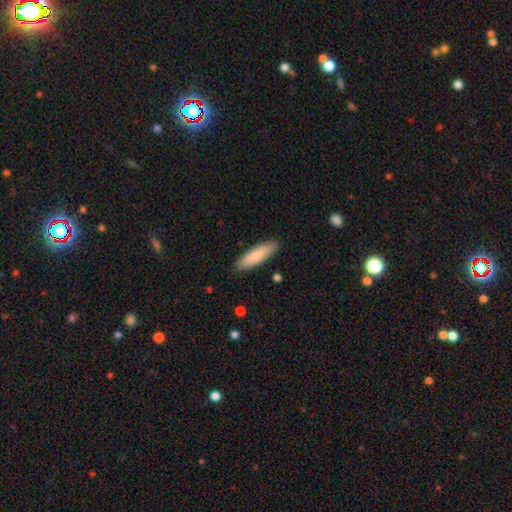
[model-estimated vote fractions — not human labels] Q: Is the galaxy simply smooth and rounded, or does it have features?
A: smooth — 84%.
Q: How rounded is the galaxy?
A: cigar-shaped — 66%.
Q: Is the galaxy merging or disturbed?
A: none — 89%.